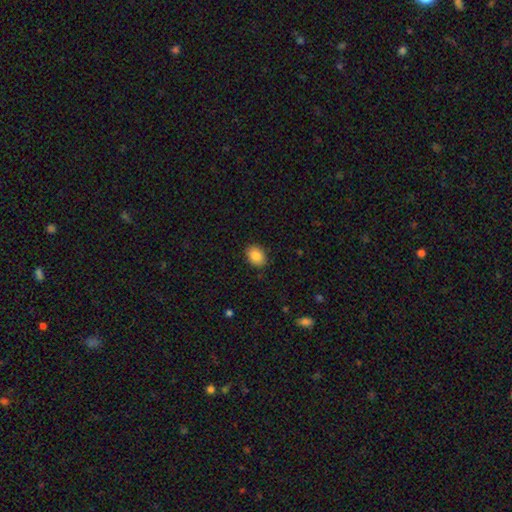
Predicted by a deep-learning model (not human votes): A smooth galaxy with no disk features (86%) that is in between round and cigar-shaped (65%).

Vote fractions:
- Smooth or featured? smooth: 86% / star or artifact: 8% / featured or disk: 6%
- How rounded? in between: 65% / round: 34% / cigar-shaped: 1%
- Merging? none: 88% / minor disturbance: 9% / major disturbance: 2% / merger: 1%